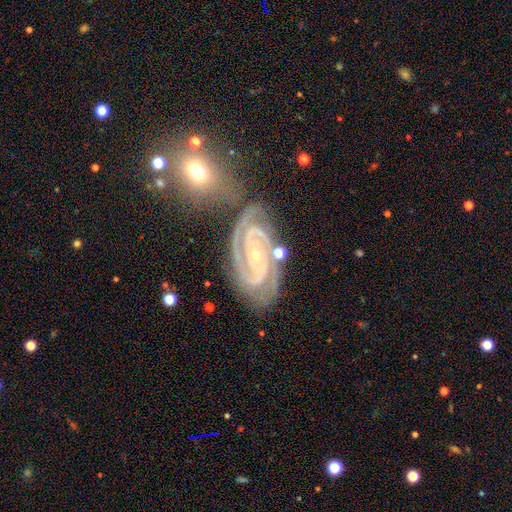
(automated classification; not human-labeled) A featured or disk galaxy (92%) with no bar (50%), 2 (54%) tight (74%) spiral arms (99%) and a small central bulge (83%).

Vote fractions:
- Smooth or featured? featured or disk: 92% / star or artifact: 6% / smooth: 3%
- Edge-on disk? no: 97% / yes: 3%
- Bar? no: 50% / weak: 29% / strong: 20%
- Spiral arms? yes: 99% / no: 1%
- Spiral winding? tight: 74% / medium: 24% / loose: 3%
- Spiral arm count? 2: 54% / 3: 26% / 4: 7% / can't tell: 6% / more than 4: 4% / 1: 4%
- Bulge size? small: 83% / moderate: 14% / none: 1% / large: 1% / dominant: 1%
- Merging? none: 71% / minor disturbance: 16% / merger: 8% / major disturbance: 5%